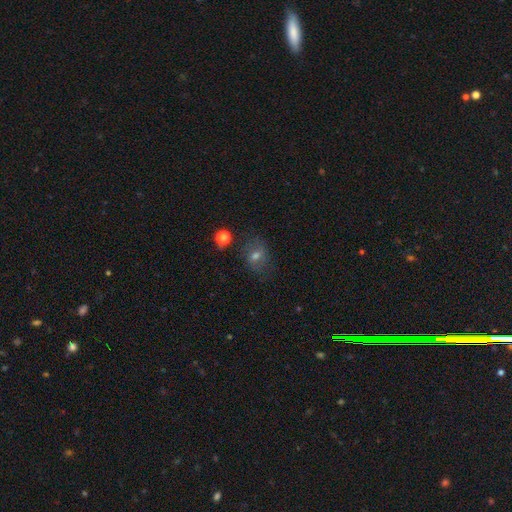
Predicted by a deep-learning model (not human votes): smooth 58%, featured or disk 25%, star or artifact 18%. Down the decision tree: how rounded — in between (56%); merging — none (72%).